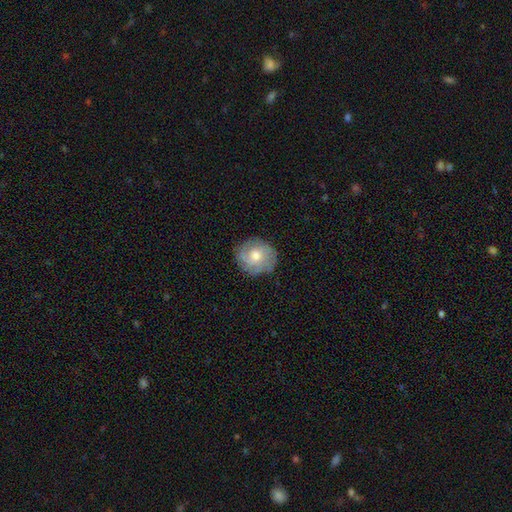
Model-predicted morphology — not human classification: Smooth or featured? Predicted: featured or disk (p=0.65). Edge-on disk? Predicted: no (p=0.97). Bar? Predicted: no (p=0.76). Spiral arms? Predicted: yes (p=0.89). Spiral winding? Predicted: tight (p=0.61). Spiral arm count? Predicted: can't tell (p=0.35). Bulge size? Predicted: moderate (p=0.70). Merging? Predicted: none (p=0.82).